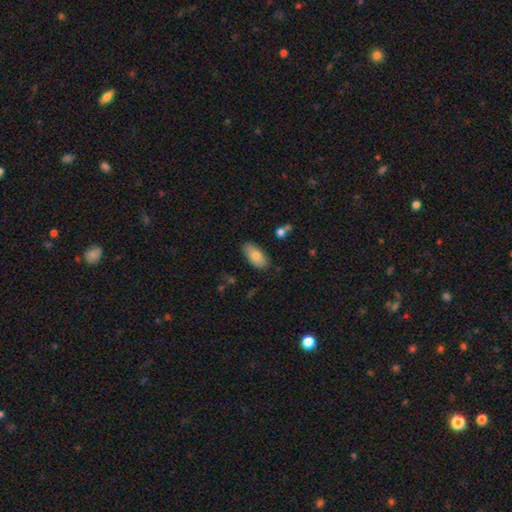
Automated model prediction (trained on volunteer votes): A smooth galaxy with no disk features (79%) that is in between round and cigar-shaped (92%). Merging: none (84%).